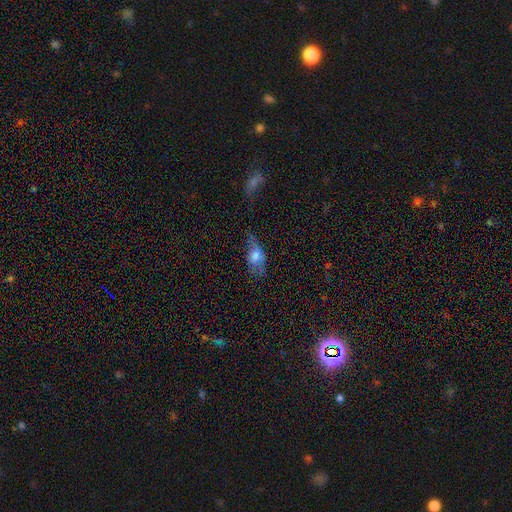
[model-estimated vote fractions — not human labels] Smooth or featured? smooth (62%)
How rounded? in between (83%)
Merging? none (37%)